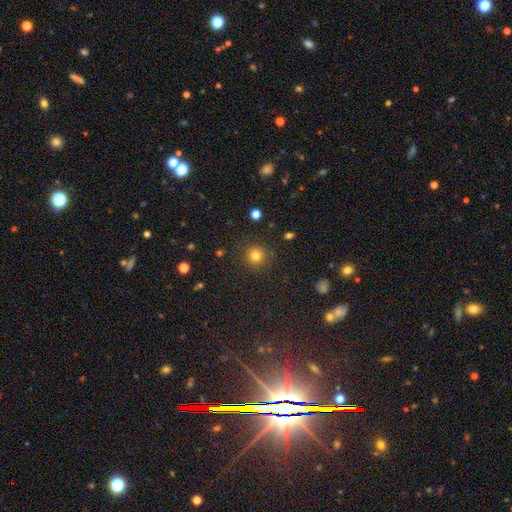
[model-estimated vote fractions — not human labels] Smooth or featured? smooth (79%)
How rounded? round (93%)
Merging? none (87%)